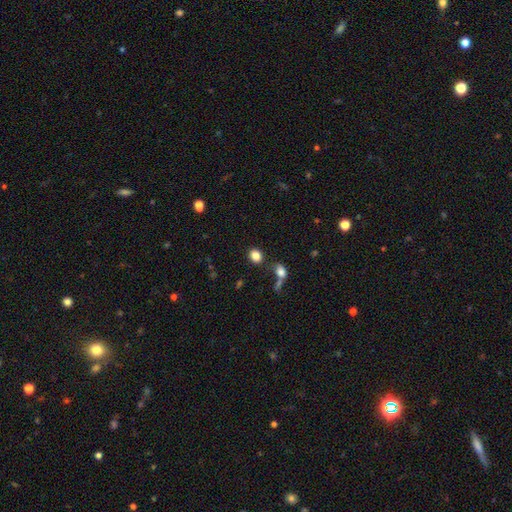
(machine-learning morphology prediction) Smooth or featured?
  - smooth: 85% *
  - star or artifact: 10%
  - featured or disk: 6%
How rounded?
  - round: 52% *
  - in between: 46%
  - cigar-shaped: 1%
Merging?
  - none: 74% *
  - minor disturbance: 11%
  - merger: 10%
  - major disturbance: 5%